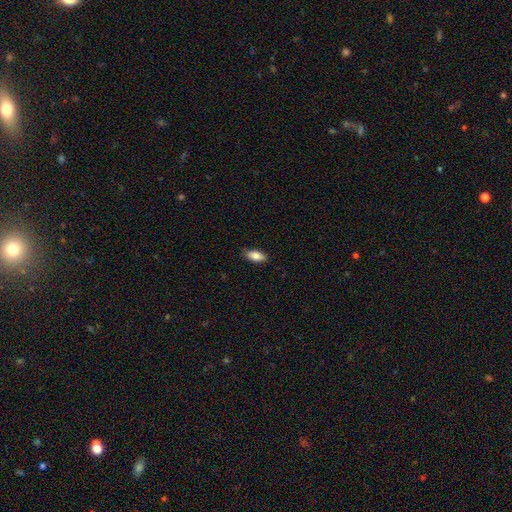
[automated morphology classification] Smooth or featured? smooth (83%)
How rounded? in between (84%)
Merging? none (85%)